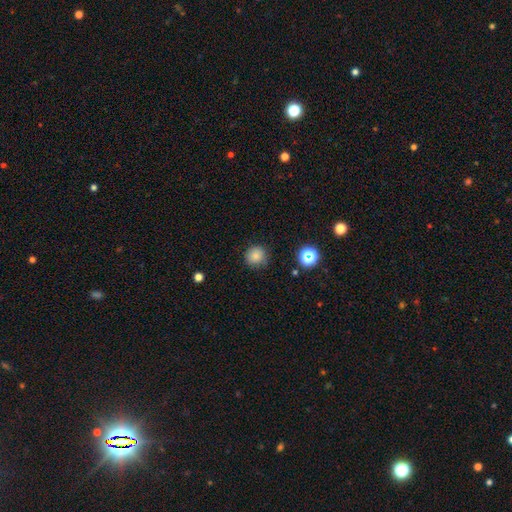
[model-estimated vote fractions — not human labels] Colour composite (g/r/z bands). It shows a smooth galaxy with no disk features (81%) that is round (92%). Merging: none (83%).